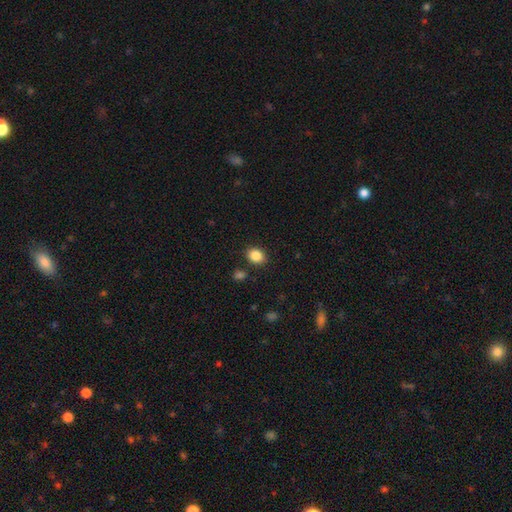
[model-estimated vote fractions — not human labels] Smooth or featured: smooth — 86% (star or artifact — 9%)
How rounded: round — 50% (in between — 49%)
Merging: none — 86% (minor disturbance — 8%)